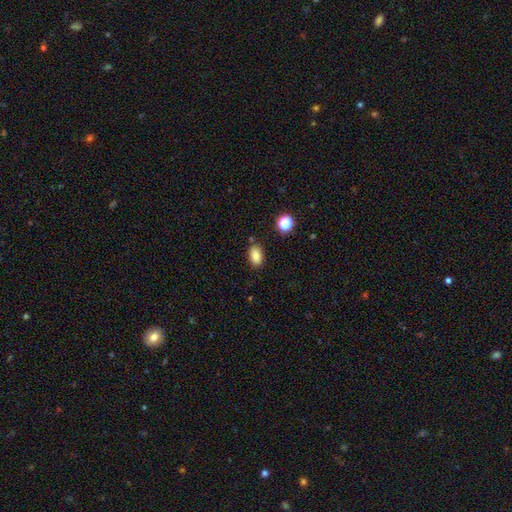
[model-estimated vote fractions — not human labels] This appears to be a smooth galaxy with no disk features (84%) that is in between round and cigar-shaped (88%). Merging: none (81%).